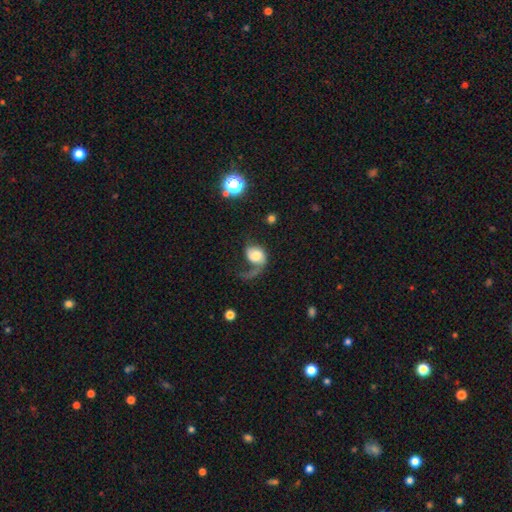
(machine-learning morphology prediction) This appears to be a featured or disk galaxy (51%). Merging: major disturbance (54%).